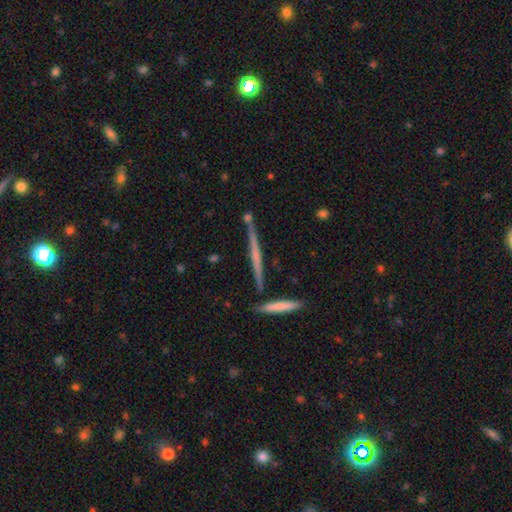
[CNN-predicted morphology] The model was most divided on "smooth or featured": featured or disk: 63%, smooth: 30%, star or artifact: 7%. More confident: edge-on disk — yes (97%); merging — none (84%); edge-on bulge — none (73%).